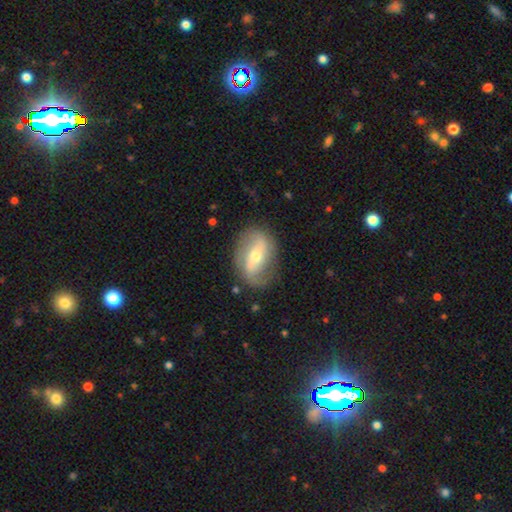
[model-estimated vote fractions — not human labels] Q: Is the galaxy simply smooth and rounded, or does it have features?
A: featured or disk — 74%.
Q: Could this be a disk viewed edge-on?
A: no — 93%.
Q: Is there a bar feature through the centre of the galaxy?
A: strong — 42%.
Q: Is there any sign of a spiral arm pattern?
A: yes — 82%.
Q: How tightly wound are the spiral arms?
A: loose — 55%.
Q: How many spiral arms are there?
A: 2 — 86%.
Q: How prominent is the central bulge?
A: moderate — 56%.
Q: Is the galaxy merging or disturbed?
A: none — 77%.